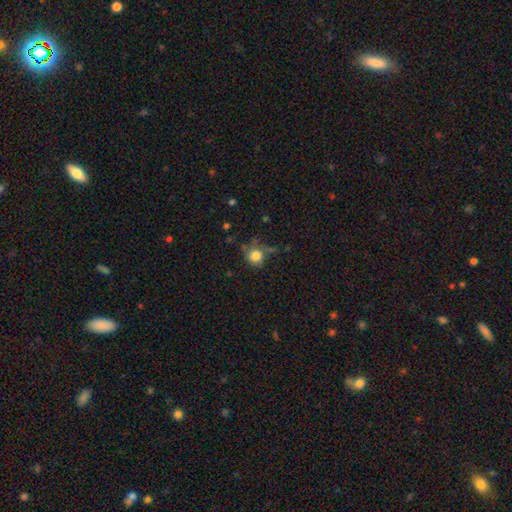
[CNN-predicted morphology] Q: Smooth or featured?
A: smooth (79%); runner-up: star or artifact (12%)
Q: How rounded?
A: round (86%); runner-up: in between (13%)
Q: Merging?
A: none (60%); runner-up: minor disturbance (22%)